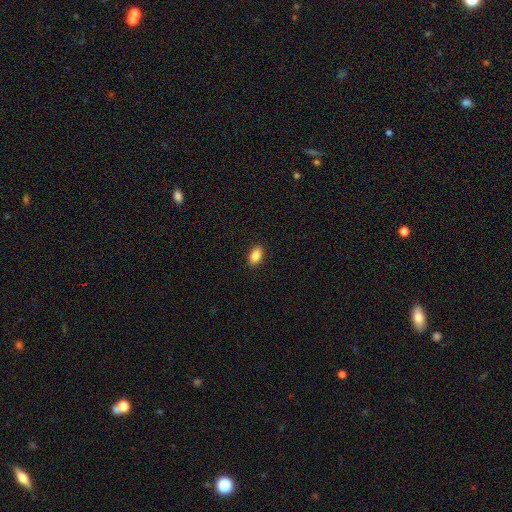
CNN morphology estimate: Smooth or featured? smooth (88%)
How rounded? in between (89%)
Merging? none (90%)